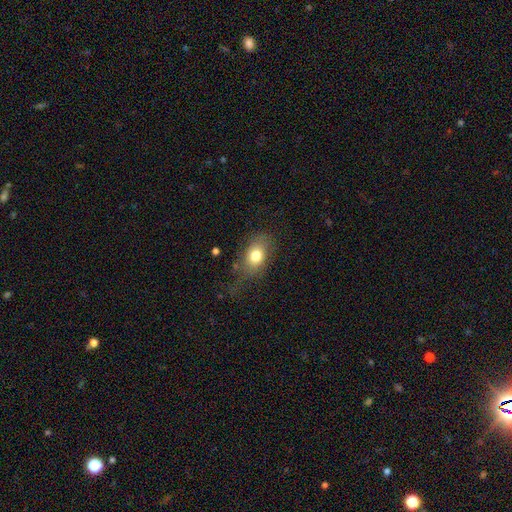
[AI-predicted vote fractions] A smooth galaxy with no disk features (75%) that is in between round and cigar-shaped (75%).

Vote fractions:
- Smooth or featured? smooth: 75% / featured or disk: 15% / star or artifact: 10%
- How rounded? in between: 75% / round: 23% / cigar-shaped: 2%
- Merging? none: 60% / minor disturbance: 24% / major disturbance: 14% / merger: 2%